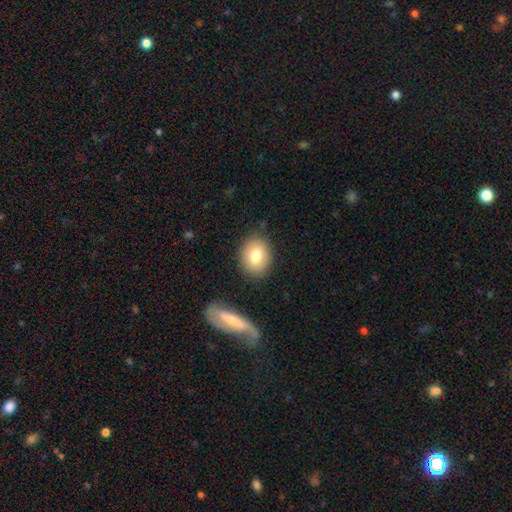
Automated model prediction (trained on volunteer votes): Smooth or featured: smooth — 78% (featured or disk — 14%)
How rounded: round — 54% (in between — 45%)
Merging: none — 83% (minor disturbance — 11%)